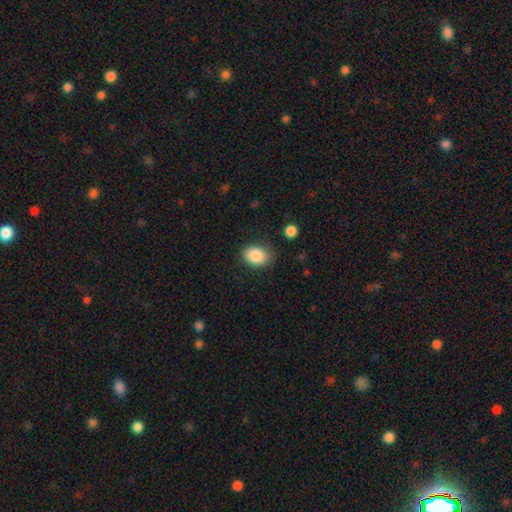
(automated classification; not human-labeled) Smooth or featured? smooth (87%)
How rounded? in between (73%)
Merging? none (80%)